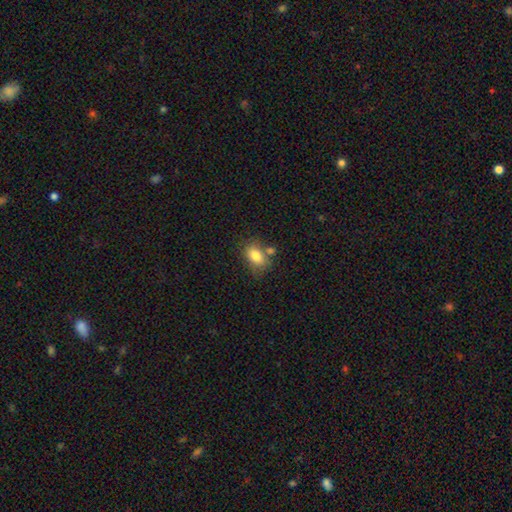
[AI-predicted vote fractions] This appears to be a smooth galaxy with no disk features (80%) that is in between round and cigar-shaped (80%). Merging: none (58%).